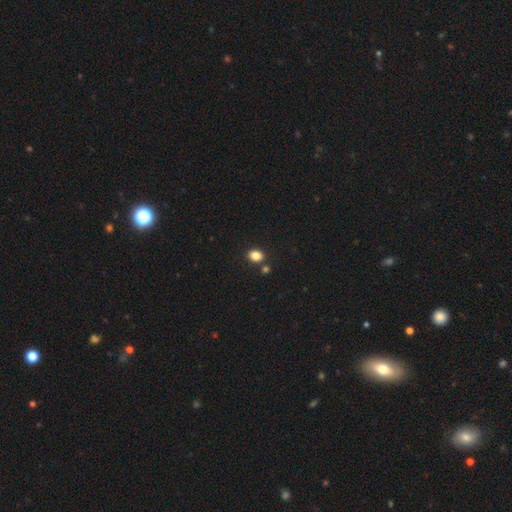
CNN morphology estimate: smooth-or-featured: smooth: 84% | star or artifact: 11% | featured or disk: 5%
  how-rounded: in between: 61% | round: 38% | cigar-shaped: 1%
  merging: none: 80% | minor disturbance: 9% | merger: 9% | major disturbance: 2%